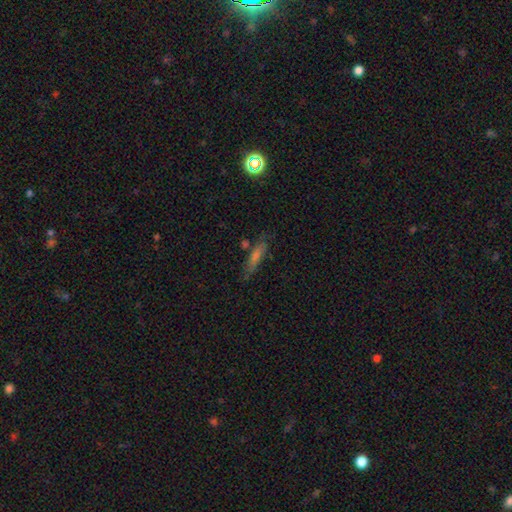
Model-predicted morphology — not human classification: smooth-or-featured: smooth: 51% | featured or disk: 33% | star or artifact: 16%
  how-rounded: cigar-shaped: 81% | in between: 15% | round: 4%
  merging: none: 75% | minor disturbance: 16% | major disturbance: 5% | merger: 4%